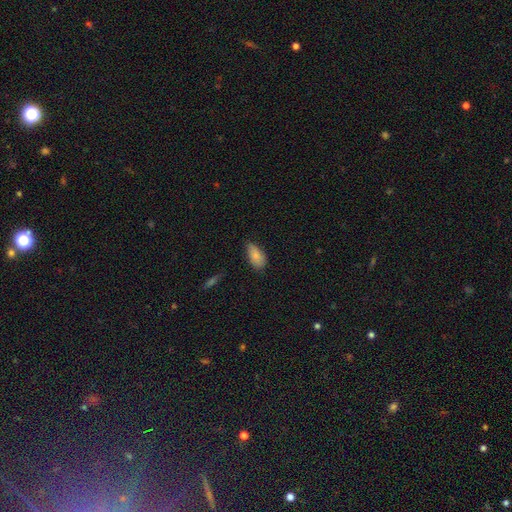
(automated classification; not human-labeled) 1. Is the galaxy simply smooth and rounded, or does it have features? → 83% smooth, 10% featured or disk, 7% star or artifact.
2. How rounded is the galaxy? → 92% in between, 5% cigar-shaped, 3% round.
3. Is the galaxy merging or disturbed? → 62% none, 32% minor disturbance, 5% major disturbance, 1% merger.